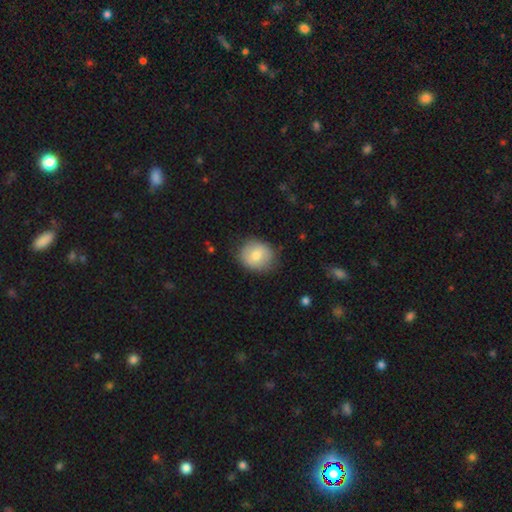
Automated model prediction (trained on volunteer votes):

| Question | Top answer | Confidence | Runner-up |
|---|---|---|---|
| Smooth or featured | smooth | 73% | featured or disk (20%) |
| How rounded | round | 72% | in between (27%) |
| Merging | none | 82% | minor disturbance (14%) |